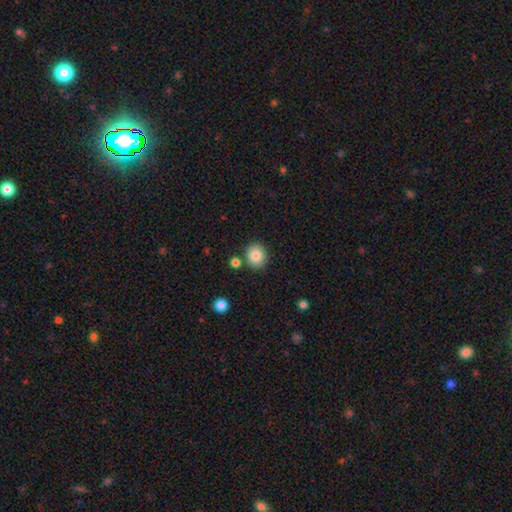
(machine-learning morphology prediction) A smooth galaxy with no disk features (83%) that is round (76%). Merging: none (83%).